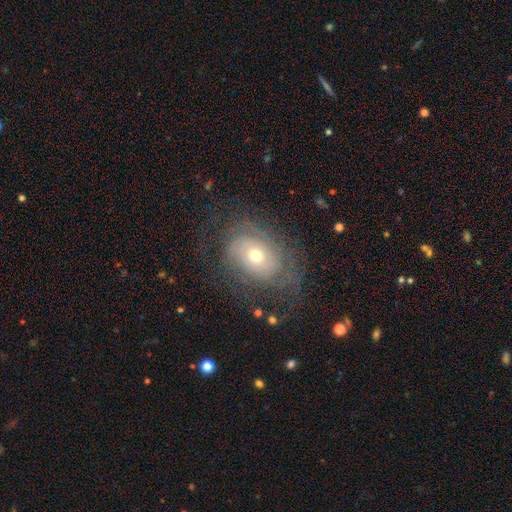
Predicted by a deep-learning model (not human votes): Smooth or featured?
  - featured or disk: 60% *
  - smooth: 30%
  - star or artifact: 11%
Edge-on disk?
  - no: 94% *
  - yes: 6%
Bar?
  - no: 82% *
  - weak: 14%
  - strong: 4%
Spiral arms?
  - yes: 68% *
  - no: 32%
Bulge size?
  - moderate: 56% *
  - small: 37%
  - large: 5%
  - dominant: 1%
  - none: 1%
Merging?
  - none: 62% *
  - minor disturbance: 20%
  - major disturbance: 17%
  - merger: 1%